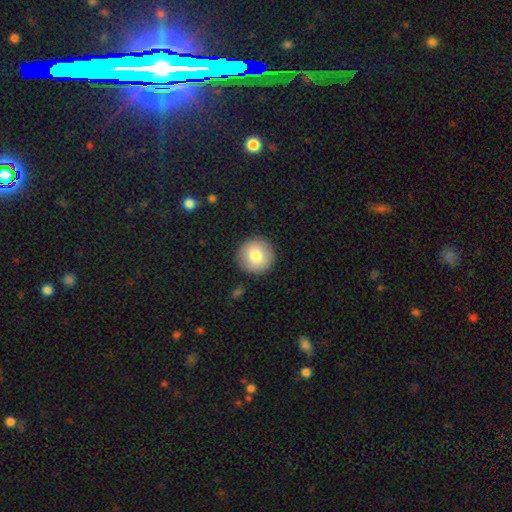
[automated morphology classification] This appears to be a smooth galaxy with no disk features (81%) that is round (96%). Merging: none (91%).